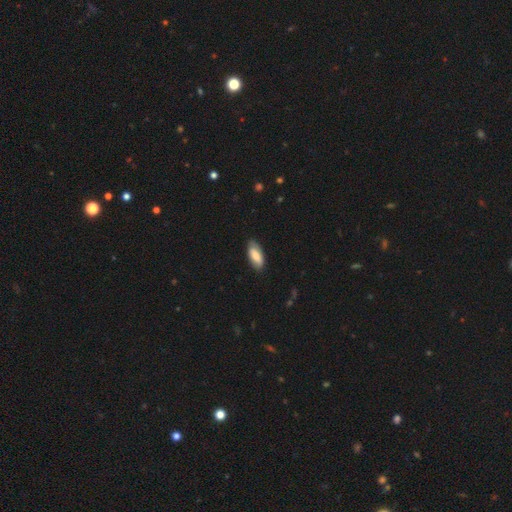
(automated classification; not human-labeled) Overall: smooth (76%). How rounded: in between (85%). Merging: none (81%).